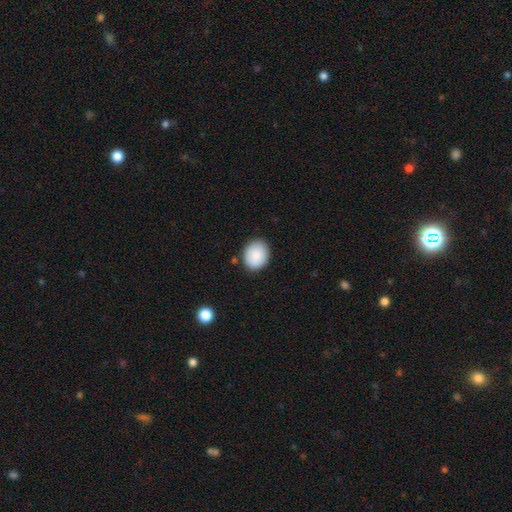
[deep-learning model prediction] The model was most divided on "how rounded": round: 52%, in between: 47%, cigar-shaped: 1%. More confident: smooth or featured — smooth (89%); merging — none (85%).